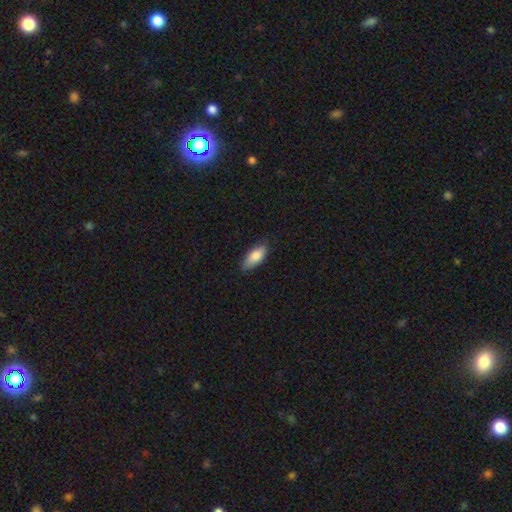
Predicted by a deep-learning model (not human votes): A smooth galaxy with no disk features (85%) that is in between round and cigar-shaped (85%). Merging: none (79%).